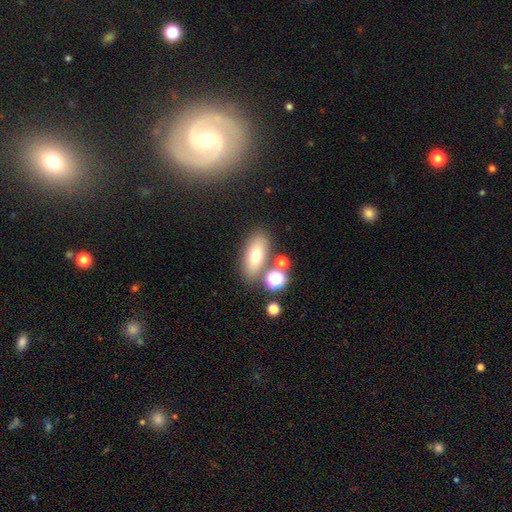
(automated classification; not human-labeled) Smooth or featured: smooth — 69% (featured or disk — 19%)
How rounded: in between — 78% (cigar-shaped — 14%)
Merging: none — 72% (minor disturbance — 12%)